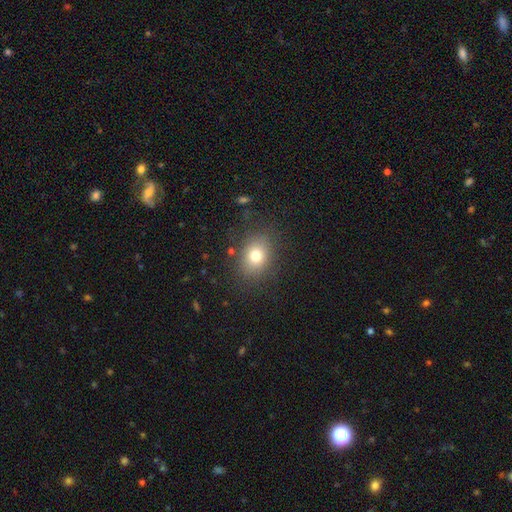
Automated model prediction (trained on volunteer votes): Overall: smooth (77%). How rounded: in between (54%; round 45%). Merging: none (83%).